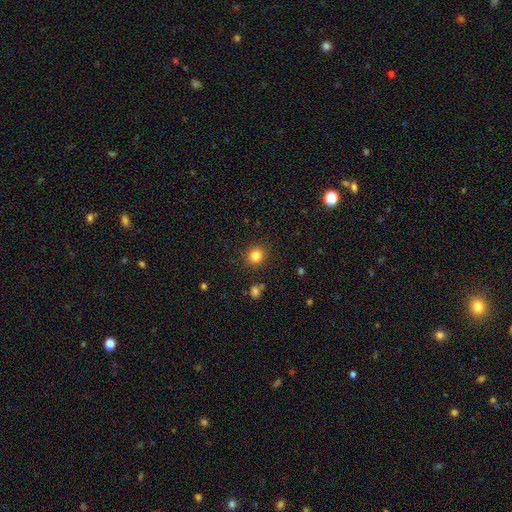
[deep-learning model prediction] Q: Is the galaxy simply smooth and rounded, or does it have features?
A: smooth — 83%.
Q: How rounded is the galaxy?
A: round — 84%.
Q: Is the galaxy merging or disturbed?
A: none — 87%.